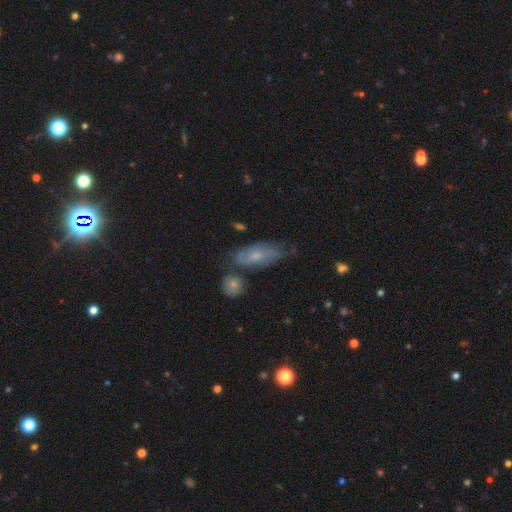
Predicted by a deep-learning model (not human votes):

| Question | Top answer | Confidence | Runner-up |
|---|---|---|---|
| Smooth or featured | smooth | 53% | featured or disk (38%) |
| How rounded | in between | 73% | cigar-shaped (23%) |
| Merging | none | 62% | minor disturbance (22%) |